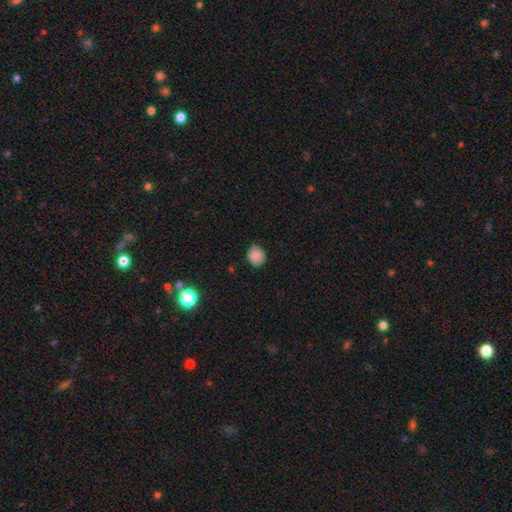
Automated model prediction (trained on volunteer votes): Smooth or featured? Predicted: smooth (p=0.85). How rounded? Predicted: round (p=0.79). Merging? Predicted: none (p=0.74).